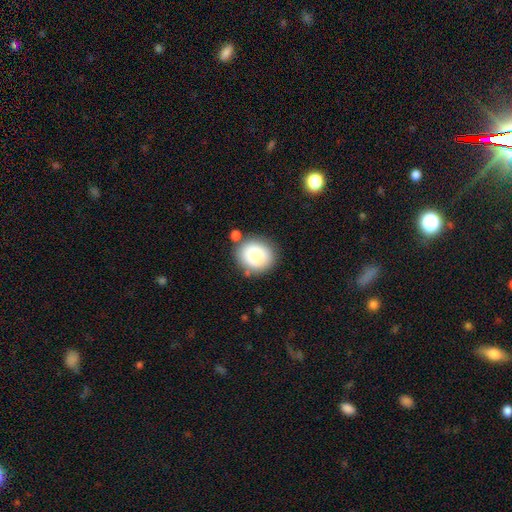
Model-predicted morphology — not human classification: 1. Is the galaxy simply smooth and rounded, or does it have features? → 79% smooth, 13% featured or disk, 8% star or artifact.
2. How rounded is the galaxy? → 78% round, 21% in between, 1% cigar-shaped.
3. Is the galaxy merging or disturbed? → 73% none, 14% minor disturbance, 9% merger, 4% major disturbance.